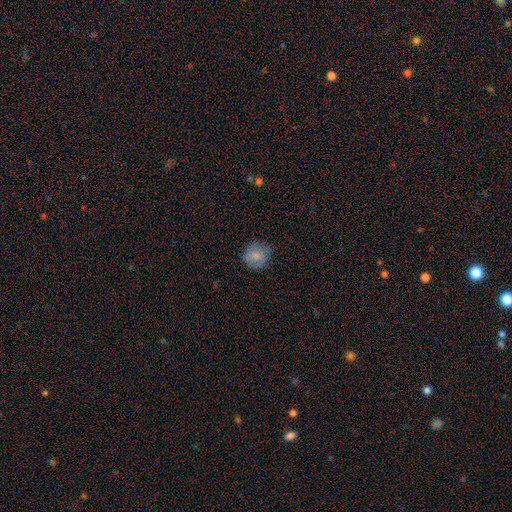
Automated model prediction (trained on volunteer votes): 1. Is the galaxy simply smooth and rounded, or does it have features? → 78% smooth, 14% featured or disk, 8% star or artifact.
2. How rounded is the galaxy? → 84% round, 15% in between, 1% cigar-shaped.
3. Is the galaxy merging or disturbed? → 74% none, 20% minor disturbance, 5% major disturbance, 1% merger.